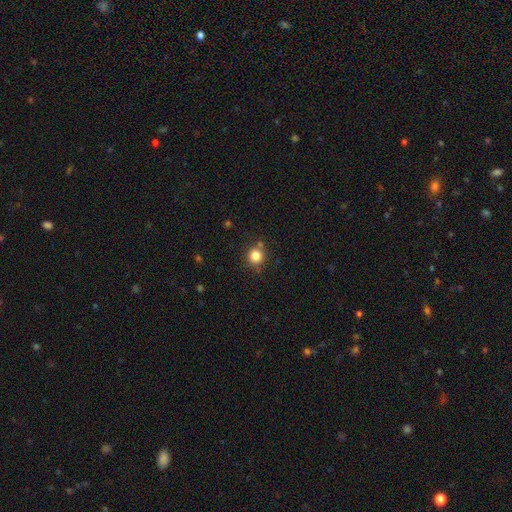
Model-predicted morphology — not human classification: smooth-or-featured: smooth: 83% | star or artifact: 12% | featured or disk: 5%
  how-rounded: round: 91% | in between: 8% | cigar-shaped: 1%
  merging: none: 79% | minor disturbance: 11% | merger: 7% | major disturbance: 3%